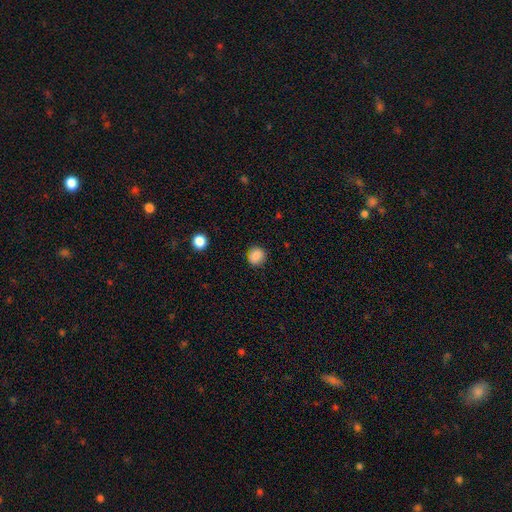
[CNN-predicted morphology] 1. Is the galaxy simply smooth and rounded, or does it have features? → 87% smooth, 9% star or artifact, 3% featured or disk.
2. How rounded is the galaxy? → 83% round, 16% in between, 1% cigar-shaped.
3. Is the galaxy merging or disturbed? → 87% none, 9% minor disturbance, 3% major disturbance, 1% merger.